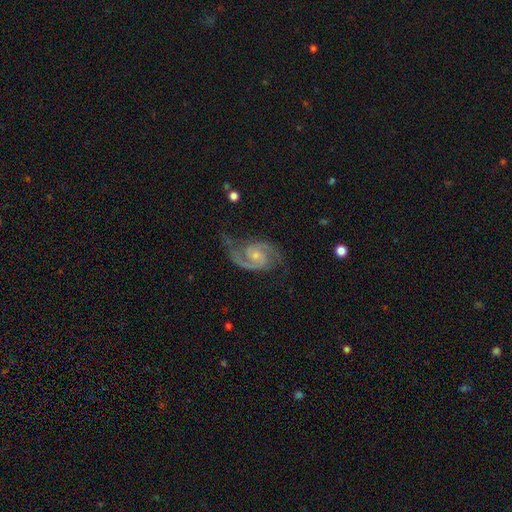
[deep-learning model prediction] smooth_or_featured: featured or disk (p=0.92) [alt: star or artifact p=0.04]
disk_edge_on: no (p=0.98) [alt: yes p=0.02]
bar: no (p=0.59) [alt: weak p=0.35]
has_spiral_arms: yes (p=0.98) [alt: no p=0.02]
spiral_winding: medium (p=0.58) [alt: tight p=0.25]
spiral_arm_count: 2 (p=0.93) [alt: can't tell p=0.02]
bulge_size: small (p=0.57) [alt: moderate p=0.32]
merging: none (p=0.70) [alt: minor disturbance p=0.19]